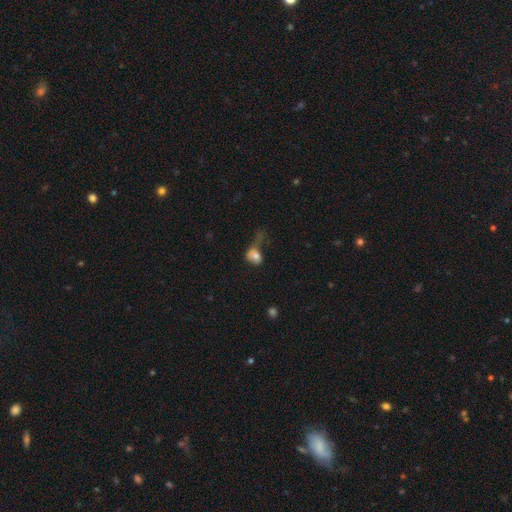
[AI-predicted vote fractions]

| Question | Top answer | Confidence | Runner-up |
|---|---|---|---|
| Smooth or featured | smooth | 73% | featured or disk (16%) |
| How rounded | in between | 62% | round (36%) |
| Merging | major disturbance | 45% | none (22%) |